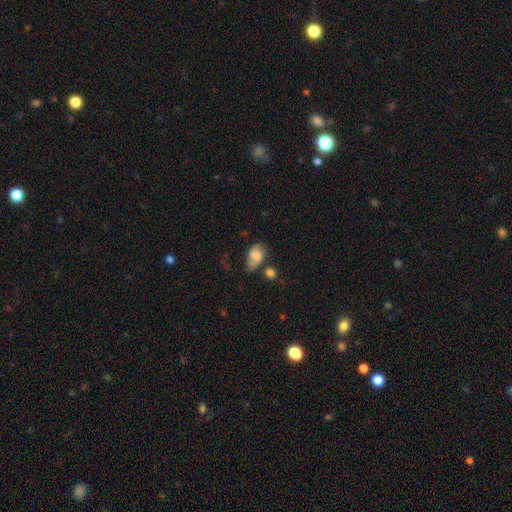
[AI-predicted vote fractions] smooth_or_featured: smooth (p=0.61) [alt: featured or disk p=0.29]
how_rounded: in between (p=0.84) [alt: round p=0.14]
merging: none (p=0.45) [alt: minor disturbance p=0.30]